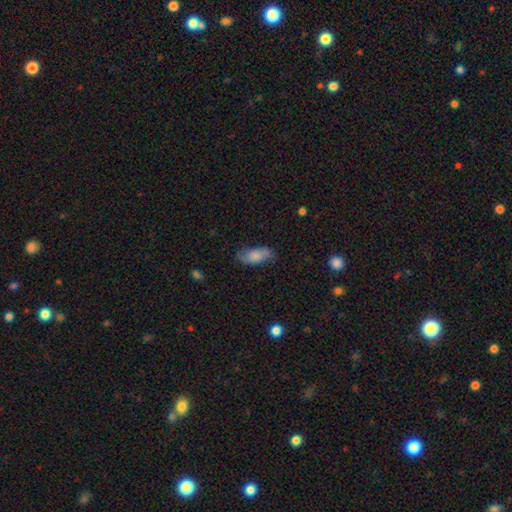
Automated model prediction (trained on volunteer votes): A smooth galaxy with no disk features (73%) that is in between round and cigar-shaped (85%).

Vote fractions:
- Smooth or featured? smooth: 73% / featured or disk: 20% / star or artifact: 7%
- How rounded? in between: 85% / cigar-shaped: 13% / round: 2%
- Merging? none: 72% / minor disturbance: 21% / major disturbance: 5% / merger: 1%